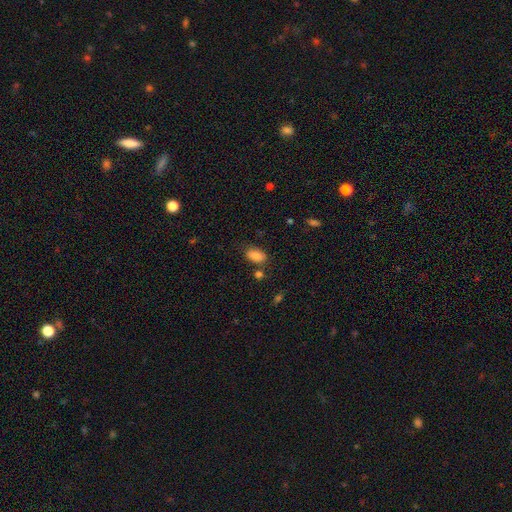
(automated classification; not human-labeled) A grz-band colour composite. It shows a smooth galaxy with no disk features (84%) that is in between round and cigar-shaped (91%). Merging: none (71%).